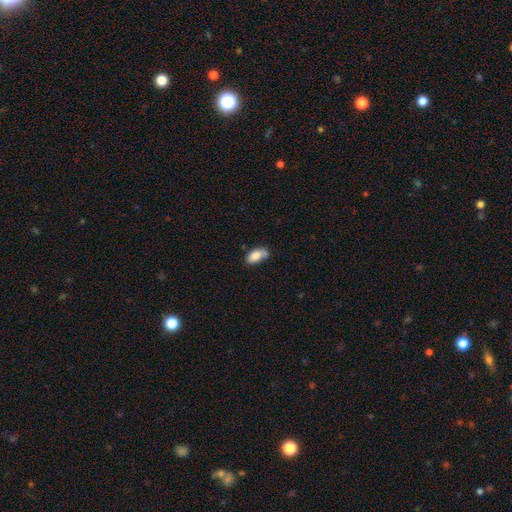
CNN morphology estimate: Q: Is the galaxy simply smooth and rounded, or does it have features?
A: smooth — 81%.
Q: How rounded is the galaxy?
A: in between — 92%.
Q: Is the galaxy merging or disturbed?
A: none — 54%.